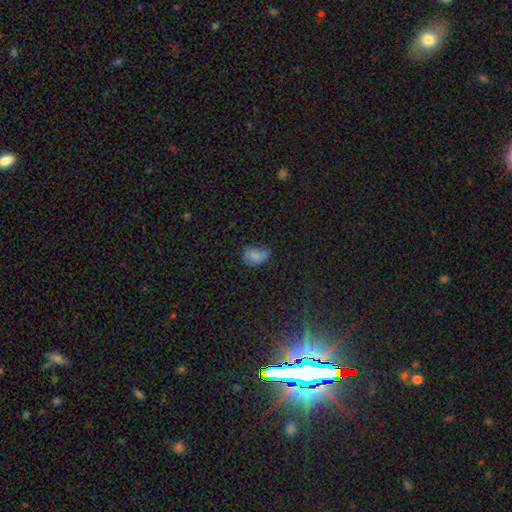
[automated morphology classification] Smooth or featured? smooth (78%)
How rounded? in between (83%)
Merging? none (53%)